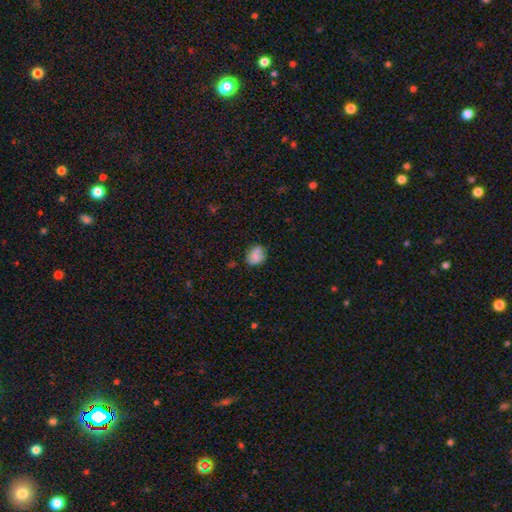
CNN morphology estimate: Smooth or featured: smooth — 66% (featured or disk — 22%)
How rounded: round — 51% (in between — 48%)
Merging: none — 61% (minor disturbance — 24%)